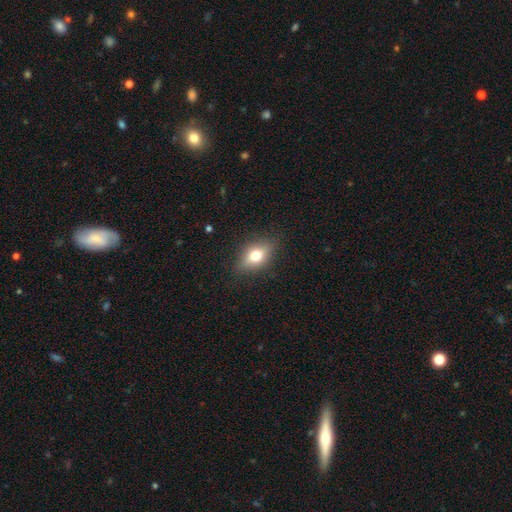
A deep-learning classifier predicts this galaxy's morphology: The model was most divided on "smooth or featured": smooth: 65%, featured or disk: 25%, star or artifact: 10%. More confident: merging — none (84%); how rounded — in between (75%).